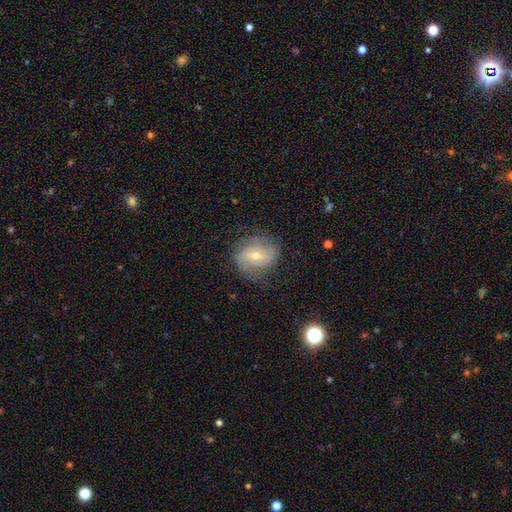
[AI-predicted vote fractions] Overall: featured or disk (78%). Edge-on disk: no (97%). Bar: weak (44%; no 37%). Spiral arms: yes (92%). Spiral arm count: 2 (43%; can't tell 28%). Spiral winding: tight (51%; medium 36%). Bulge size: small (53%; moderate 44%). Merging: none (73%).